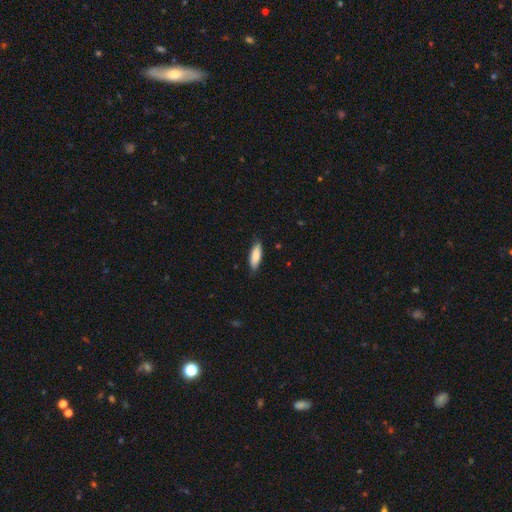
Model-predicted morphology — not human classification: Overall: smooth (85%). How rounded: in between (62%; cigar-shaped 36%). Merging: none (82%).